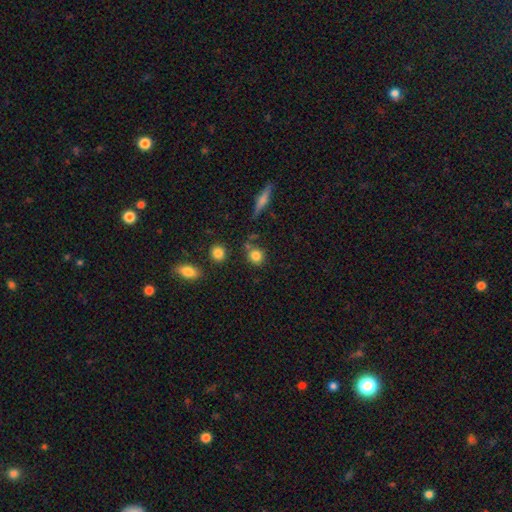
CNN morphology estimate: Smooth or featured: smooth — 83% (star or artifact — 11%)
How rounded: round — 85% (in between — 14%)
Merging: none — 75% (minor disturbance — 12%)